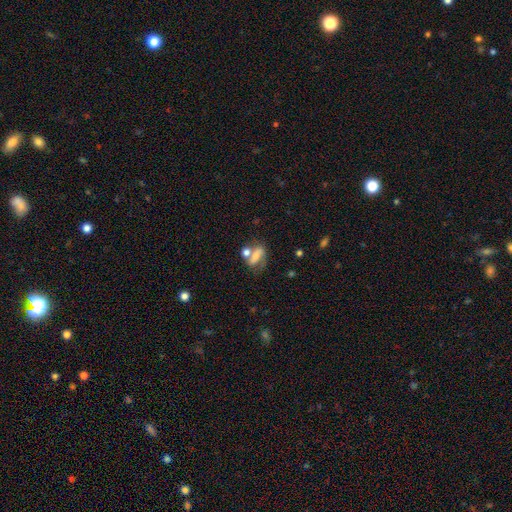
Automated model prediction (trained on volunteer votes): smooth 46%, featured or disk 42%, star or artifact 11%. Down the decision tree: merging — none (37%).